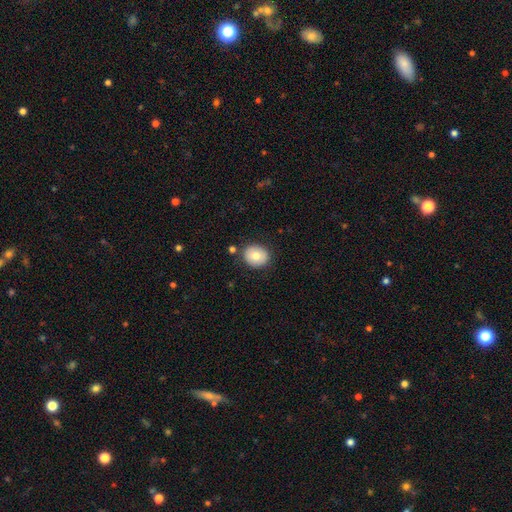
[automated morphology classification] A smooth galaxy with no disk features (77%) that is round (72%). Merging: none (84%).